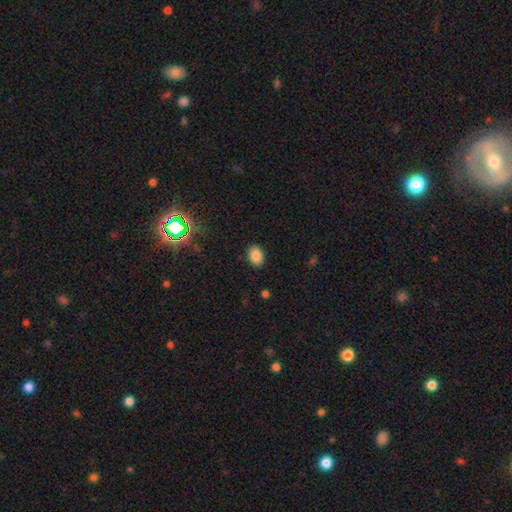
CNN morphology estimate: smooth 85%, star or artifact 10%, featured or disk 5%. Down the decision tree: how rounded — in between (78%); merging — none (88%).